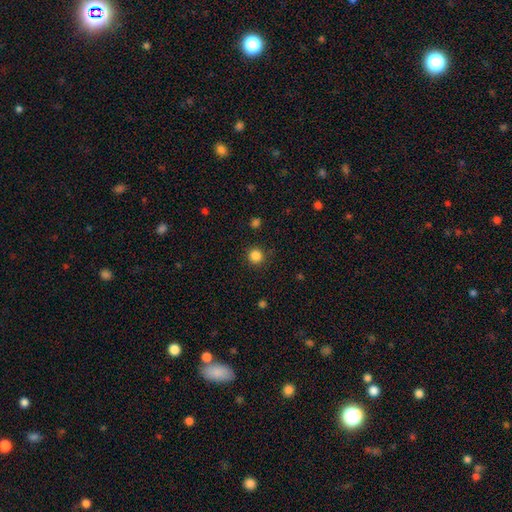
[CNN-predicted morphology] type=smooth (85%); roundness=round (93%); merging=none (90%).